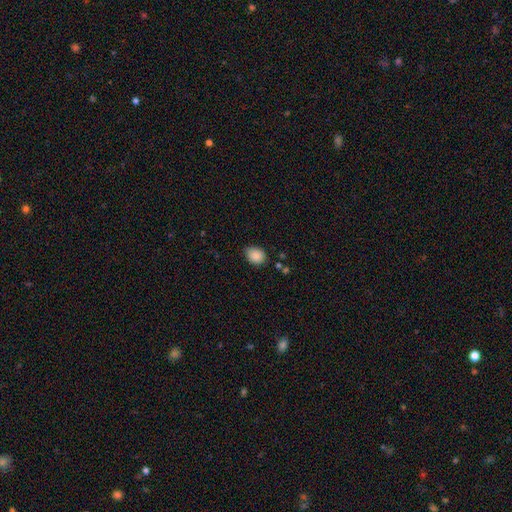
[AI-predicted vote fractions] Morphology: type=smooth (87%); roundness=in between (53%); merging=none (73%).